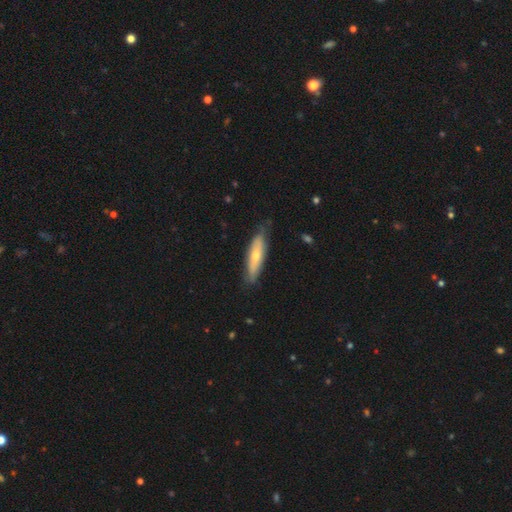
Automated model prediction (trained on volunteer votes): This is possibly a smooth galaxy (56%). How rounded: likely cigar-shaped (63%). Merging: likely none (71%).